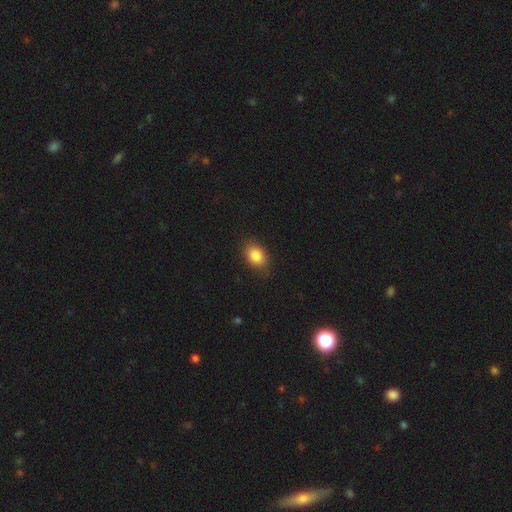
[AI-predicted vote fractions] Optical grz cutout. It shows a smooth galaxy with no disk features (85%) that is in between round and cigar-shaped (74%). Merging: none (81%).